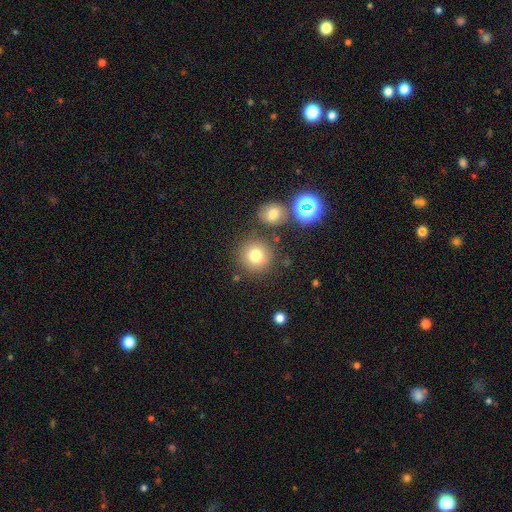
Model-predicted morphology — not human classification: Overall: smooth (77%). How rounded: round (93%). Merging: none (80%).